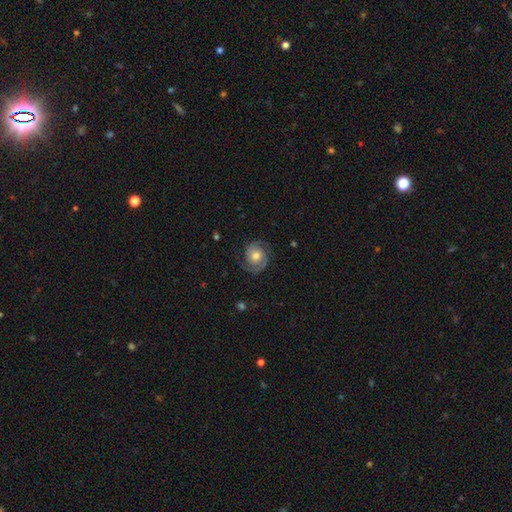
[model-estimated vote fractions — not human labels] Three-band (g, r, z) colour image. It shows a featured or disk galaxy (83%) with no bar (70%), 2 (92%) tight (48%) spiral arms (97%) and a moderate central bulge (71%). Merging: none (82%).